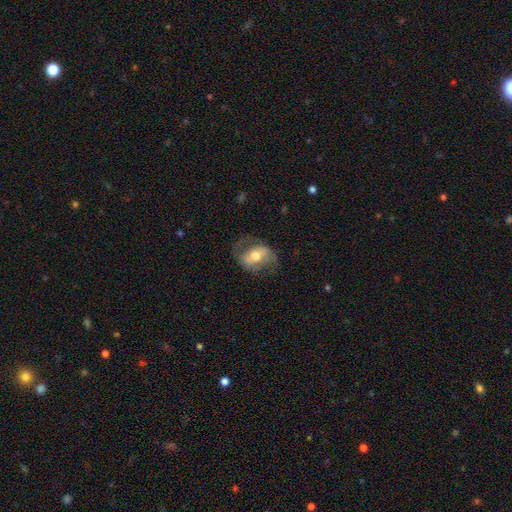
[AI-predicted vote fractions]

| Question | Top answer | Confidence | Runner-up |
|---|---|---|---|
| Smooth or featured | featured or disk | 57% | smooth (36%) |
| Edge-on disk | no | 91% | yes (9%) |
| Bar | strong | 39% | weak (34%) |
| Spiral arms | yes | 62% | no (38%) |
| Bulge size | moderate | 66% | small (19%) |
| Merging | none | 63% | minor disturbance (20%) |